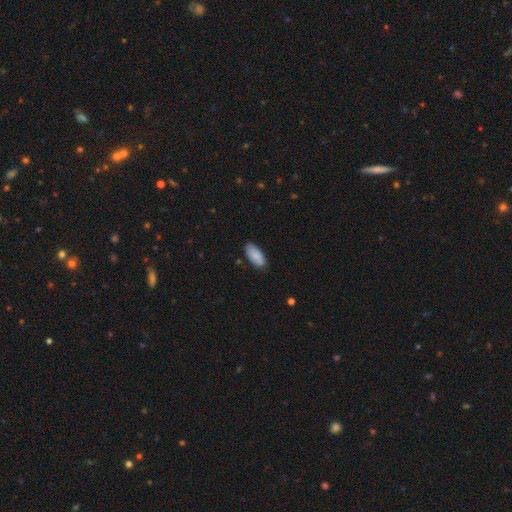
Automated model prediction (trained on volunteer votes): Overall: smooth (88%). How rounded: in between (92%). Merging: none (83%).